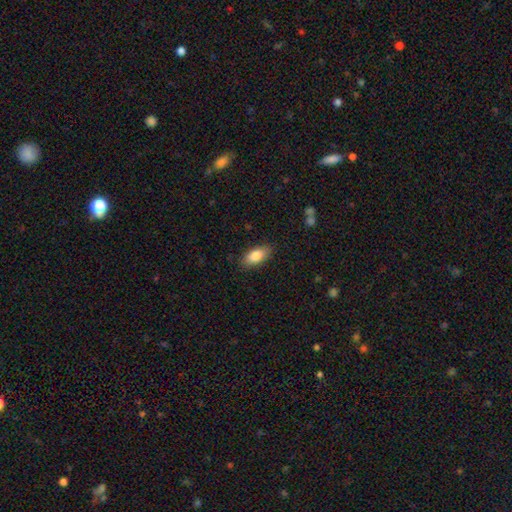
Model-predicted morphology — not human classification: This appears to be a smooth galaxy with no disk features (84%) that is in between round and cigar-shaped (88%). Merging: none (85%).